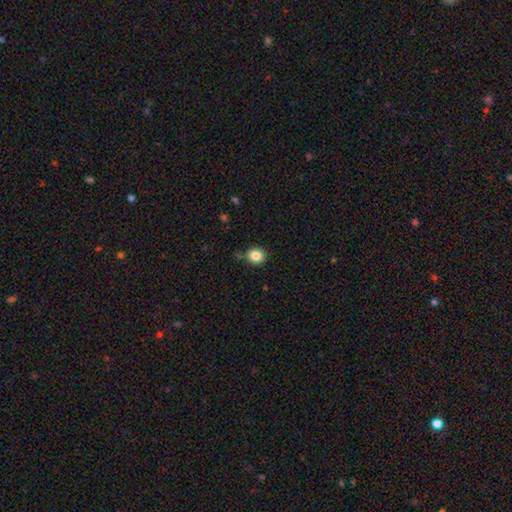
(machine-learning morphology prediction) Q: Smooth or featured?
A: smooth (84%); runner-up: star or artifact (10%)
Q: How rounded?
A: round (80%); runner-up: in between (19%)
Q: Merging?
A: none (76%); runner-up: minor disturbance (16%)